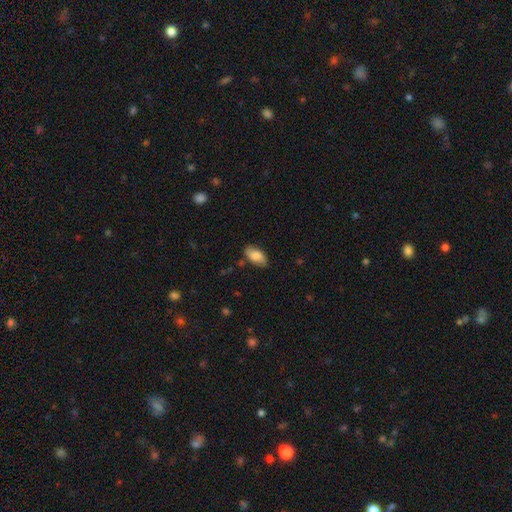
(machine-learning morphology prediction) Smooth or featured? Predicted: smooth (p=0.74). How rounded? Predicted: in between (p=0.93). Merging? Predicted: none (p=0.79).